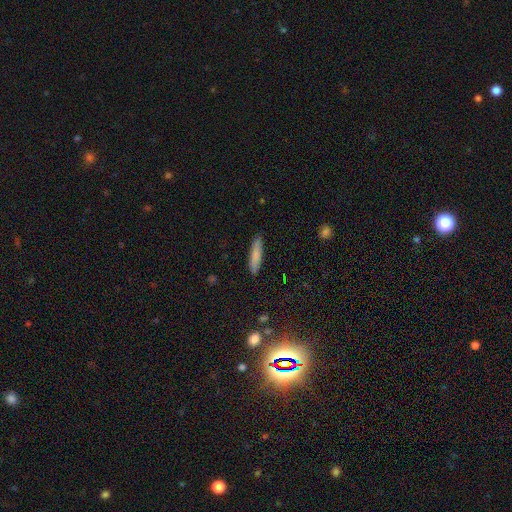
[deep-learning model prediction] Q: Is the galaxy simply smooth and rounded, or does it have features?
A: smooth — 81%.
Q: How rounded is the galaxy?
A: cigar-shaped — 83%.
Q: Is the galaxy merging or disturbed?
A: none — 87%.